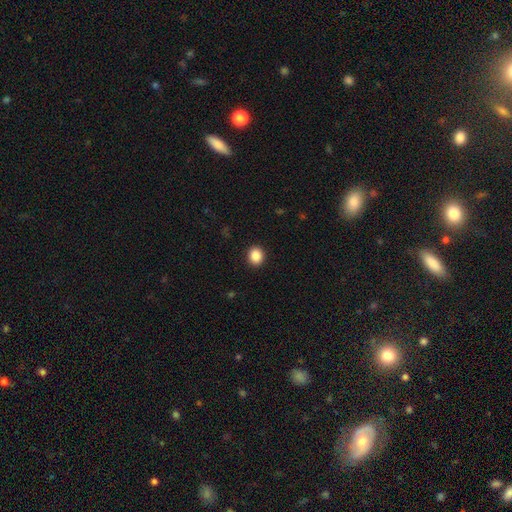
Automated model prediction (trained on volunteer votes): smooth_or_featured: smooth (p=0.88) [alt: star or artifact p=0.09]
how_rounded: round (p=0.76) [alt: in between p=0.23]
merging: none (p=0.92) [alt: minor disturbance p=0.05]